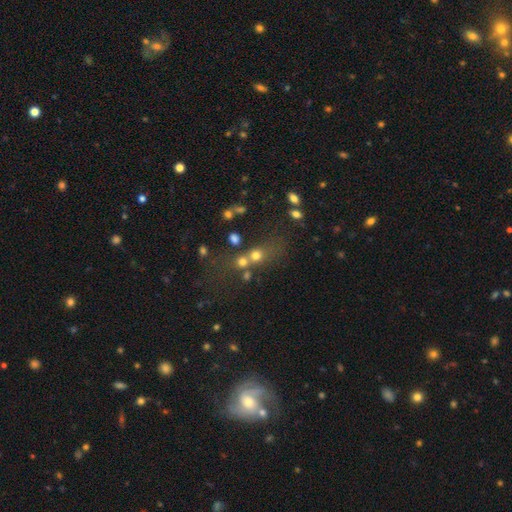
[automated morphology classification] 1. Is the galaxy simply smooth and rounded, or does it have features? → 57% smooth, 25% star or artifact, 18% featured or disk.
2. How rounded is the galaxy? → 70% round, 26% in between, 4% cigar-shaped.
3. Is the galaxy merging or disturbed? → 45% merger, 37% none, 9% minor disturbance, 8% major disturbance.